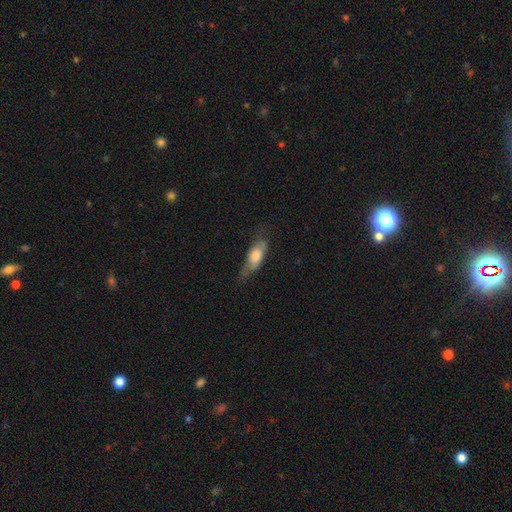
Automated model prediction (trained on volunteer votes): A smooth galaxy with no disk features (64%) that is in between round and cigar-shaped (65%).

Vote fractions:
- Smooth or featured? smooth: 64% / featured or disk: 30% / star or artifact: 7%
- How rounded? in between: 65% / cigar-shaped: 32% / round: 3%
- Merging? none: 48% / minor disturbance: 33% / major disturbance: 16% / merger: 2%